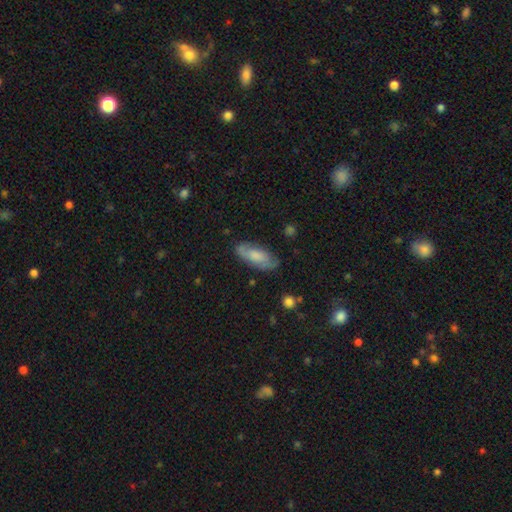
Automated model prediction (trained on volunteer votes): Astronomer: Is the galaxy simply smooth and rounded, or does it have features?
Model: smooth — 55% (runner-up: featured or disk, 38%).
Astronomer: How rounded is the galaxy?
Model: in between — 77%.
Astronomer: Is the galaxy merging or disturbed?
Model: none — 76%.